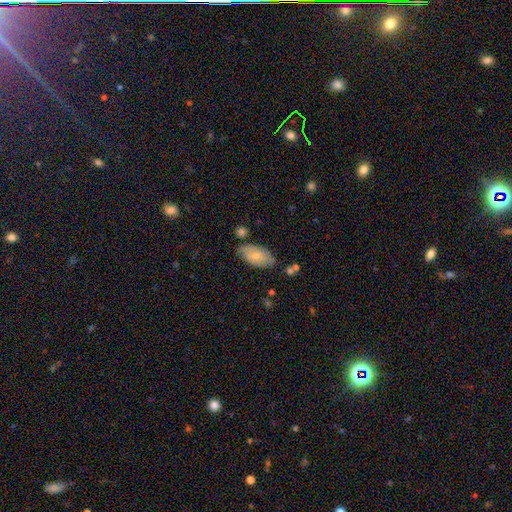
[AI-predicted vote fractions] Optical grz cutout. It shows a smooth galaxy with no disk features (71%) that is in between round and cigar-shaped (94%). Merging: none (67%).